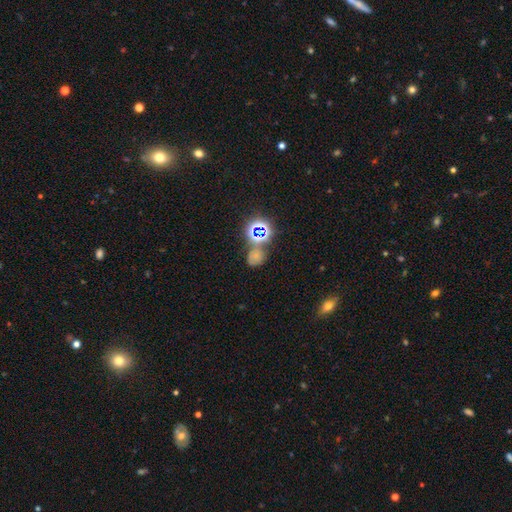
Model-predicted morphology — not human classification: smooth-or-featured: smooth: 49% | star or artifact: 40% | featured or disk: 11%
  merging: none: 56% | merger: 20% | minor disturbance: 16% | major disturbance: 8%